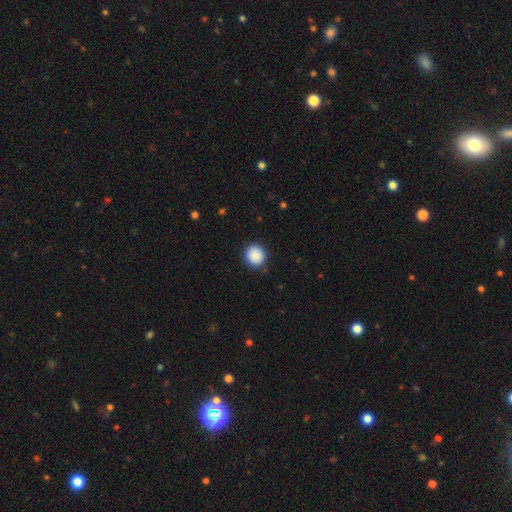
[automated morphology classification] smooth_or_featured: smooth (p=0.89) [alt: star or artifact p=0.08]
how_rounded: round (p=0.91) [alt: in between p=0.08]
merging: none (p=0.91) [alt: minor disturbance p=0.06]